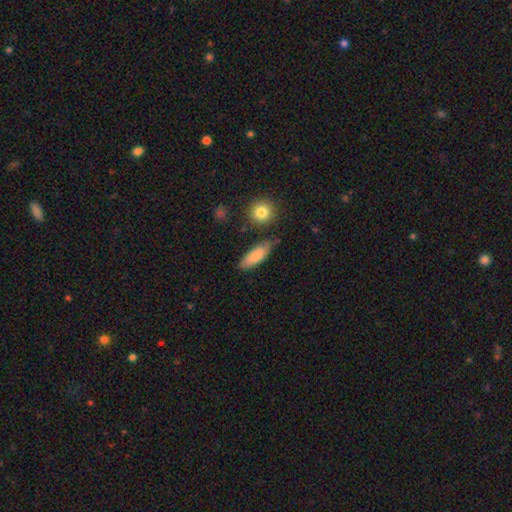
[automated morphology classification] Smooth or featured: smooth — 84% (featured or disk — 10%)
How rounded: in between — 70% (cigar-shaped — 28%)
Merging: none — 76% (minor disturbance — 16%)